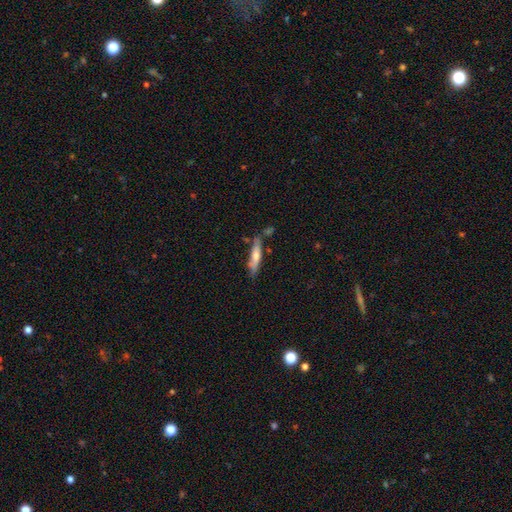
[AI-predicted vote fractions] A smooth galaxy with no disk features (50%) that is cigar-shaped (84%).

Vote fractions:
- Smooth or featured? smooth: 50% / featured or disk: 44% / star or artifact: 6%
- How rounded? cigar-shaped: 84% / in between: 15% / round: 2%
- Merging? none: 70% / minor disturbance: 18% / merger: 8% / major disturbance: 4%